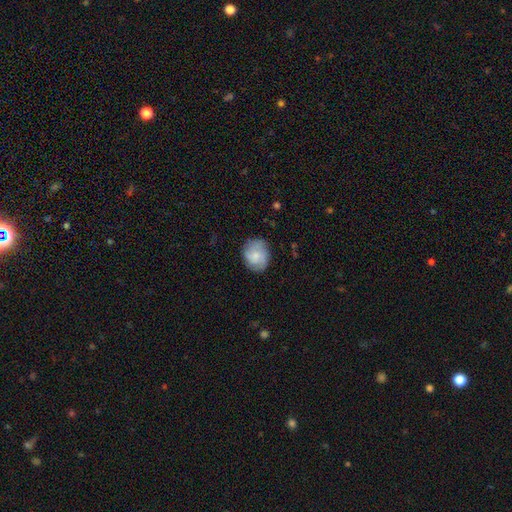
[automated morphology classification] smooth-or-featured: smooth: 58% | featured or disk: 34% | star or artifact: 7%
  how-rounded: round: 66% | in between: 33% | cigar-shaped: 1%
  merging: none: 77% | minor disturbance: 17% | major disturbance: 5% | merger: 1%